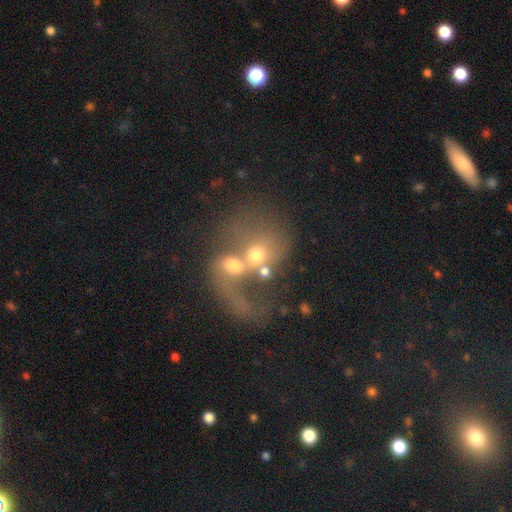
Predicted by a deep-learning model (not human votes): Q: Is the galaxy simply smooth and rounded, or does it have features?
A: featured or disk — 43%, tied with smooth.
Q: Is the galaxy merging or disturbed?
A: merger — 71%.